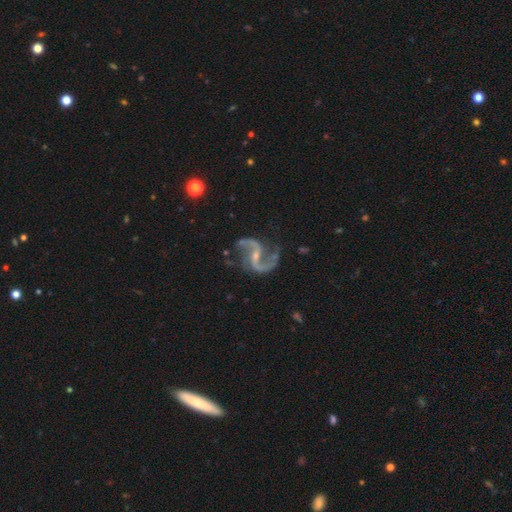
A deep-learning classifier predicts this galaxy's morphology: smooth_or_featured: featured or disk (p=0.93) [alt: star or artifact p=0.04]
disk_edge_on: no (p=0.98) [alt: yes p=0.02]
bar: weak (p=0.43) [alt: strong p=0.29]
has_spiral_arms: yes (p=0.98) [alt: no p=0.02]
spiral_winding: loose (p=0.58) [alt: medium p=0.35]
spiral_arm_count: 2 (p=0.94) [alt: 1 p=0.01]
bulge_size: small (p=0.71) [alt: moderate p=0.21]
merging: none (p=0.73) [alt: minor disturbance p=0.17]